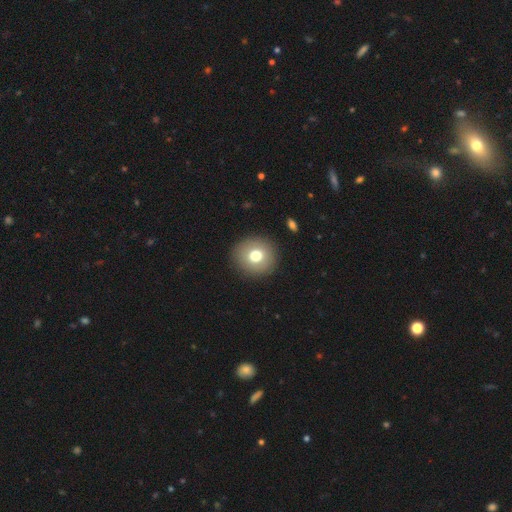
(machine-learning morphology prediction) smooth-or-featured: smooth: 73% | featured or disk: 16% | star or artifact: 11%
  how-rounded: round: 89% | in between: 10% | cigar-shaped: 1%
  merging: none: 91% | minor disturbance: 6% | major disturbance: 2% | merger: 1%